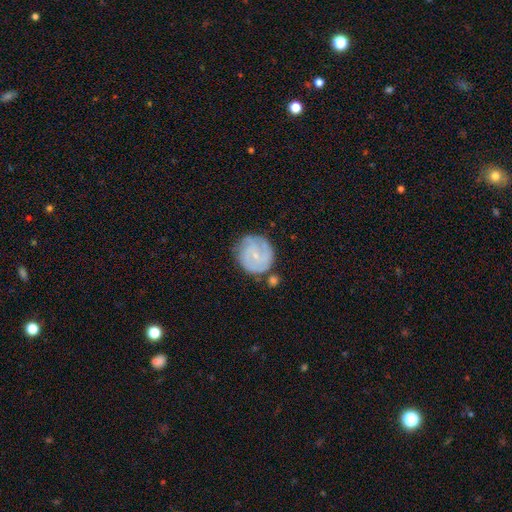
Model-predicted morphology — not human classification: Q: Smooth or featured?
A: featured or disk (64%); runner-up: smooth (30%)
Q: Edge-on disk?
A: no (98%); runner-up: yes (2%)
Q: Bar?
A: no (60%); runner-up: weak (35%)
Q: Spiral arms?
A: yes (88%); runner-up: no (12%)
Q: Spiral winding?
A: tight (59%); runner-up: medium (31%)
Q: Spiral arm count?
A: can't tell (33%); runner-up: 2 (28%)
Q: Bulge size?
A: small (78%); runner-up: moderate (14%)
Q: Merging?
A: none (66%); runner-up: minor disturbance (20%)